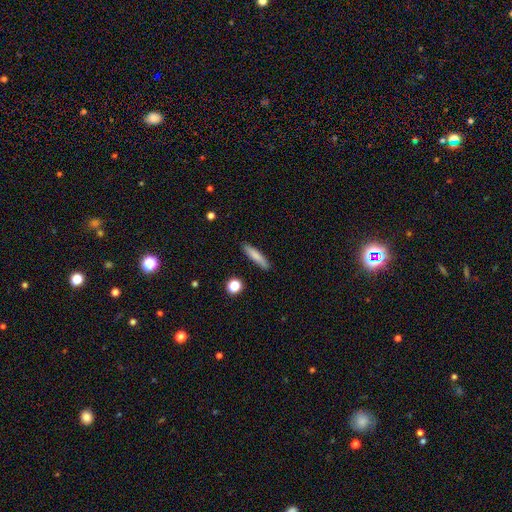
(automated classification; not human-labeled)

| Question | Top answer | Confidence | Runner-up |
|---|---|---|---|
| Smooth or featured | smooth | 79% | featured or disk (14%) |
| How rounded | cigar-shaped | 87% | in between (12%) |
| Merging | none | 86% | minor disturbance (10%) |